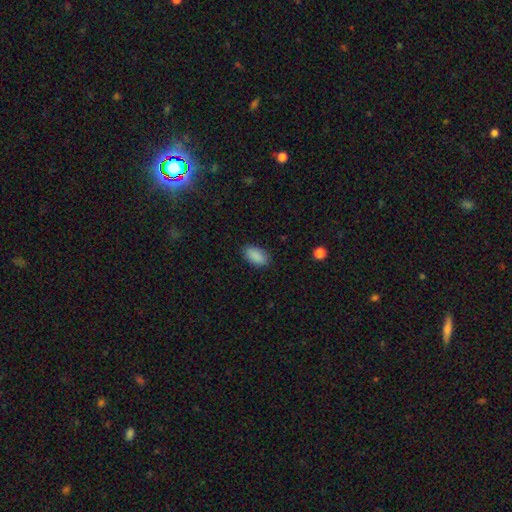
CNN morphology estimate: type=smooth (89%); roundness=in between (93%); merging=none (87%).